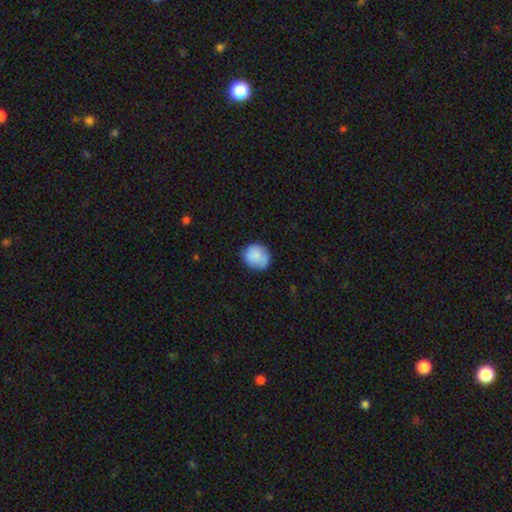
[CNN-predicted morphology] smooth 85%, featured or disk 7%, star or artifact 7%. Down the decision tree: how rounded — round (83%); merging — none (79%).